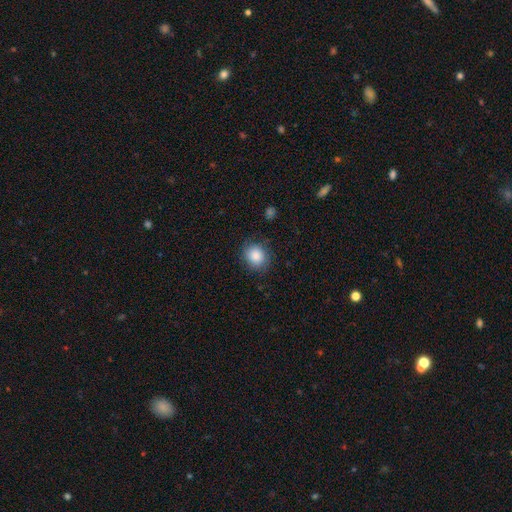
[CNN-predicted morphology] The model was most divided on "how rounded": round: 75%, in between: 24%, cigar-shaped: 1%. More confident: smooth or featured — smooth (85%); merging — none (80%).